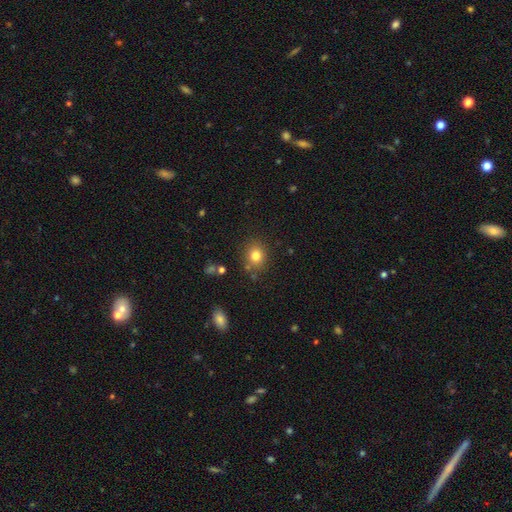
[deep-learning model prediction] Overall: smooth (80%). How rounded: round (75%). Merging: none (81%).